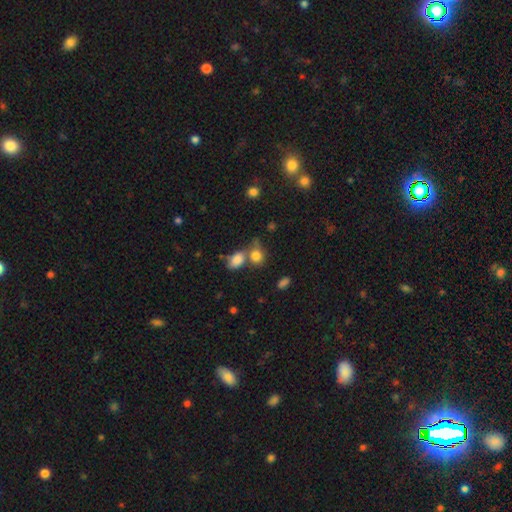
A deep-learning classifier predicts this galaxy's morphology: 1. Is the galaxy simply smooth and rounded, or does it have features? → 80% smooth, 12% star or artifact, 8% featured or disk.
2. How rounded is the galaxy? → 50% in between, 48% round, 2% cigar-shaped.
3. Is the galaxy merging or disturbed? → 41% none (tied), 41% merger (tied), 12% minor disturbance, 5% major disturbance.